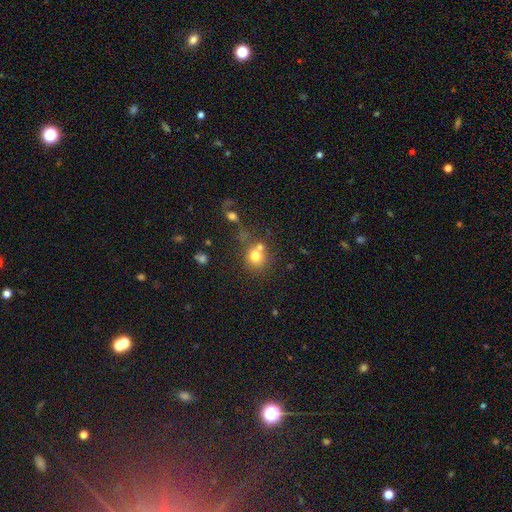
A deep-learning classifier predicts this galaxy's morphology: A smooth galaxy with no disk features (73%) that is round (86%).

Vote fractions:
- Smooth or featured? smooth: 73% / star or artifact: 14% / featured or disk: 13%
- How rounded? round: 86% / in between: 13% / cigar-shaped: 1%
- Merging? none: 54% / merger: 30% / minor disturbance: 10% / major disturbance: 5%